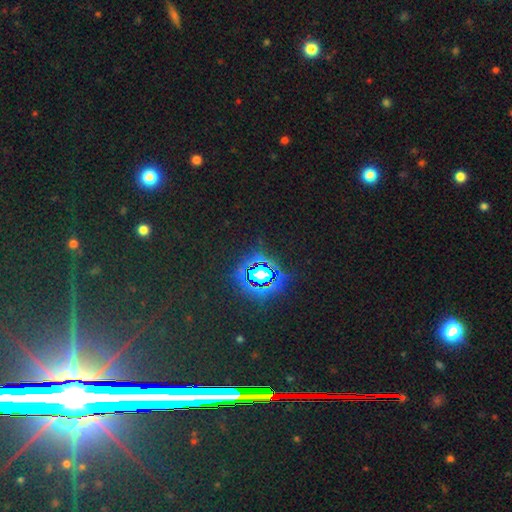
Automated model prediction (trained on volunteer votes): Morphology: type=star or artifact (81%).